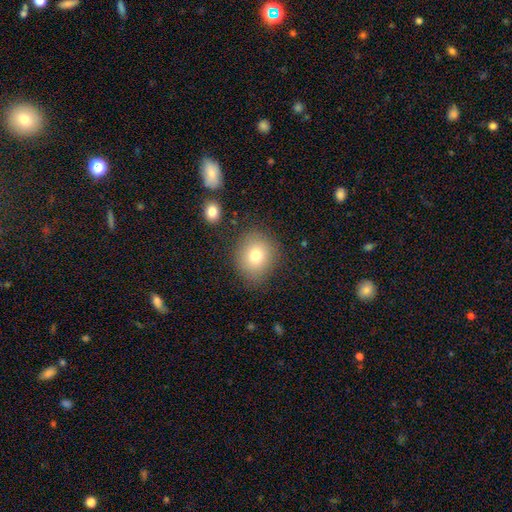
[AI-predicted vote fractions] A smooth galaxy with no disk features (76%) that is round (73%). Merging: none (82%).